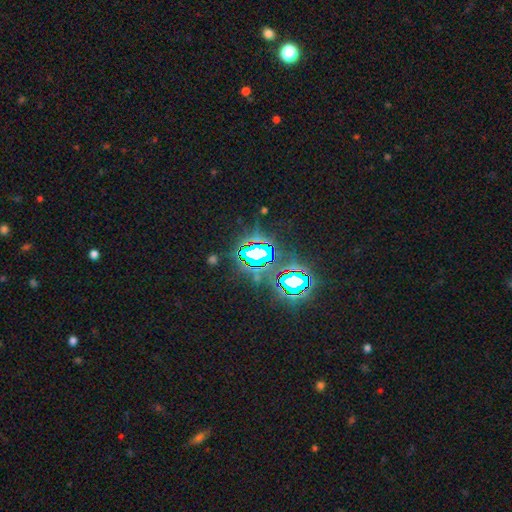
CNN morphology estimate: star or artifact 75%, smooth 13%, featured or disk 12%.